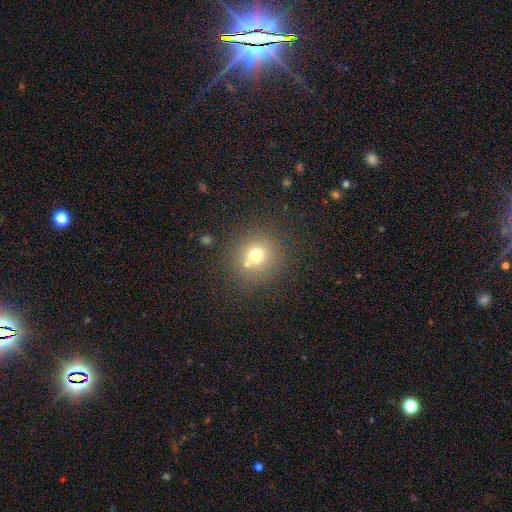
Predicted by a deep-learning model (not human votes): A smooth galaxy with no disk features (70%) that is round (90%).

Vote fractions:
- Smooth or featured? smooth: 70% / star or artifact: 16% / featured or disk: 13%
- How rounded? round: 90% / in between: 9% / cigar-shaped: 1%
- Merging? none: 68% / merger: 19% / minor disturbance: 9% / major disturbance: 4%